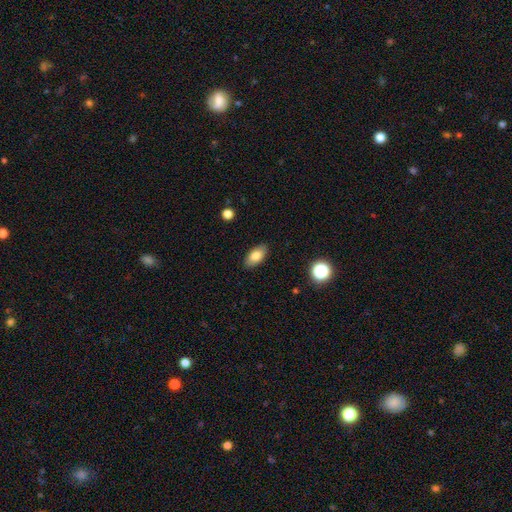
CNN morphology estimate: Smooth or featured: smooth — 81% (featured or disk — 11%)
How rounded: in between — 91% (round — 5%)
Merging: none — 88% (minor disturbance — 9%)